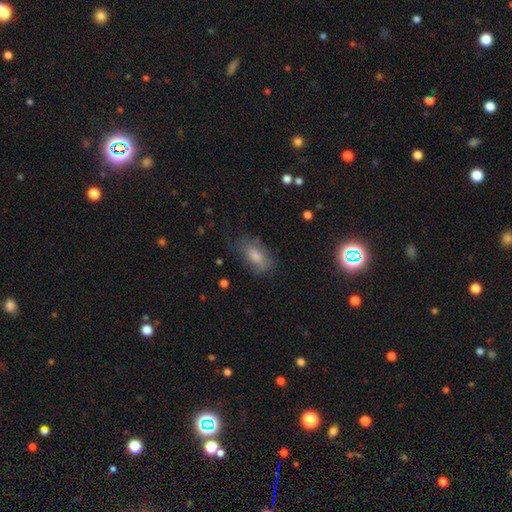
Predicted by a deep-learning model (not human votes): Q: Smooth or featured?
A: smooth (58%); runner-up: featured or disk (24%)
Q: How rounded?
A: in between (86%); runner-up: round (8%)
Q: Merging?
A: none (65%); runner-up: minor disturbance (24%)